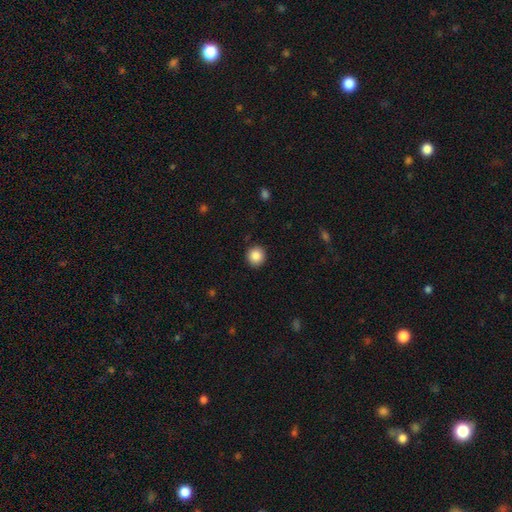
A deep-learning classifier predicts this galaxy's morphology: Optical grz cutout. It shows a smooth galaxy with no disk features (87%) that is round (94%). Merging: none (92%).